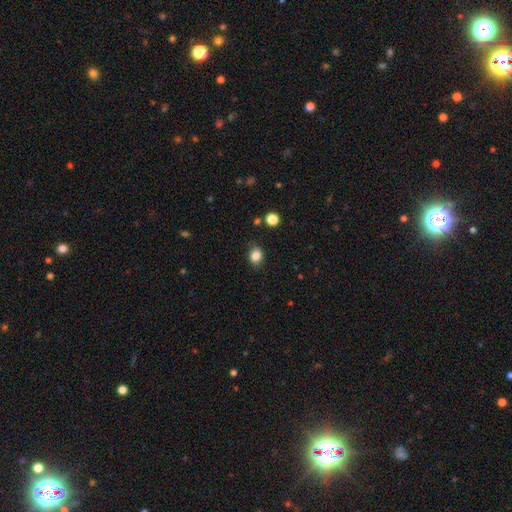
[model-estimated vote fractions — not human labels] smooth_or_featured: smooth (p=0.84) [alt: star or artifact p=0.11]
how_rounded: round (p=0.50) [alt: in between p=0.49]
merging: none (p=0.83) [alt: minor disturbance p=0.12]